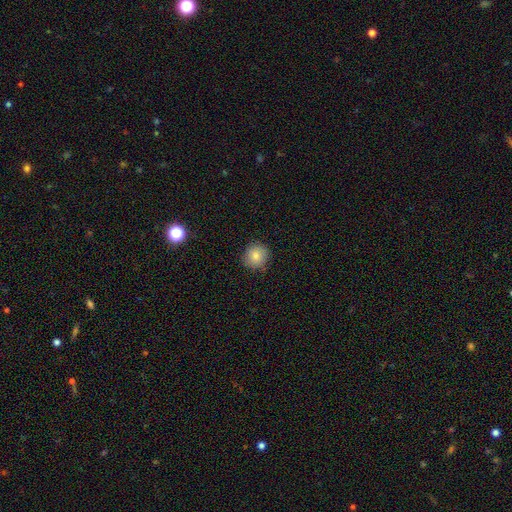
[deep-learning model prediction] Smooth or featured? smooth (79%)
How rounded? round (91%)
Merging? none (87%)